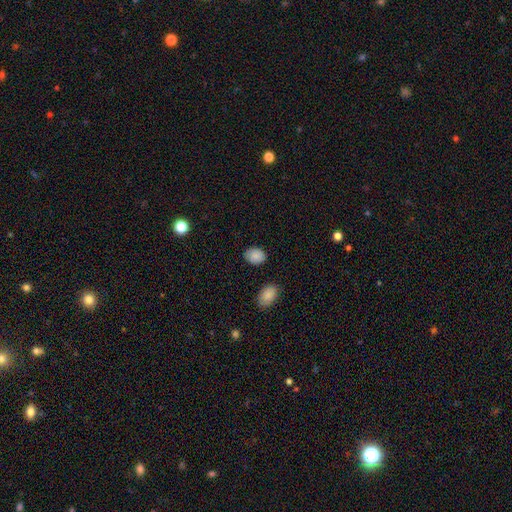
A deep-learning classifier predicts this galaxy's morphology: A smooth galaxy with no disk features (87%) that is in between round and cigar-shaped (68%).

Vote fractions:
- Smooth or featured? smooth: 87% / star or artifact: 8% / featured or disk: 5%
- How rounded? in between: 68% / round: 31% / cigar-shaped: 1%
- Merging? none: 83% / minor disturbance: 12% / major disturbance: 3% / merger: 2%